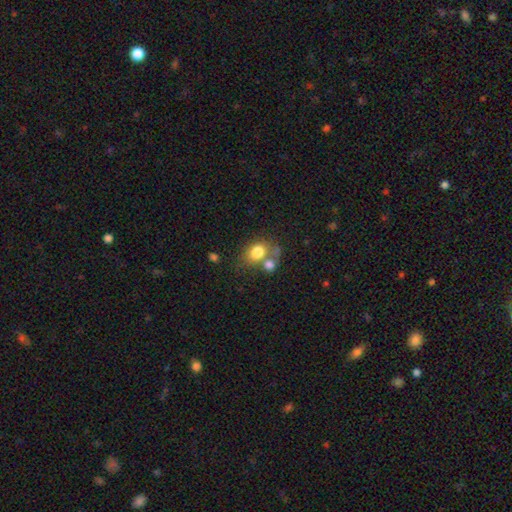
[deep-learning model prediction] Overall: smooth (69%). How rounded: round (50%; in between 48%). Merging: none (45%; merger 38%).